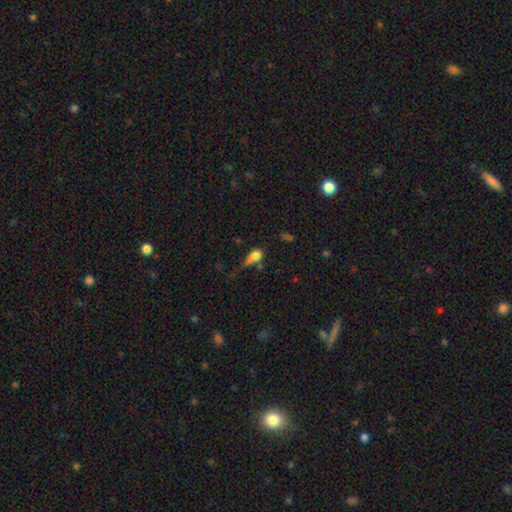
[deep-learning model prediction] Smooth or featured: smooth — 70% (featured or disk — 17%)
How rounded: in between — 65% (round — 25%)
Merging: major disturbance — 33% (none — 27%)